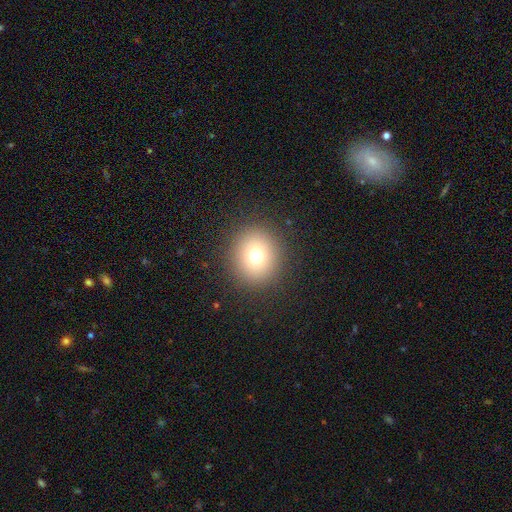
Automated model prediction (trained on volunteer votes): A smooth galaxy with no disk features (74%) that is round (87%). Merging: none (90%).